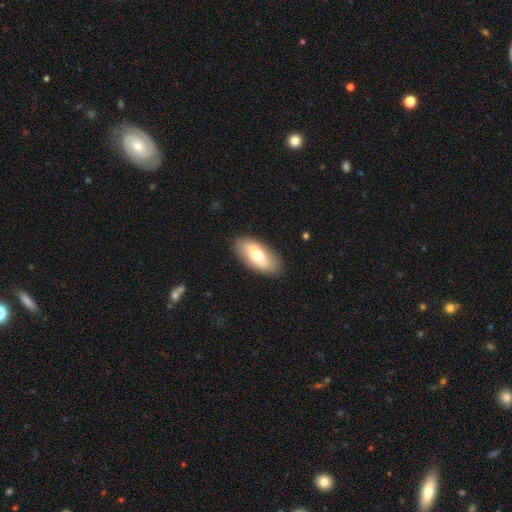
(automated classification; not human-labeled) A smooth galaxy with no disk features (59%) that is in between round and cigar-shaped (89%).

Vote fractions:
- Smooth or featured? smooth: 59% / featured or disk: 33% / star or artifact: 8%
- How rounded? in between: 89% / round: 6% / cigar-shaped: 5%
- Merging? none: 73% / minor disturbance: 12% / merger: 11% / major disturbance: 4%